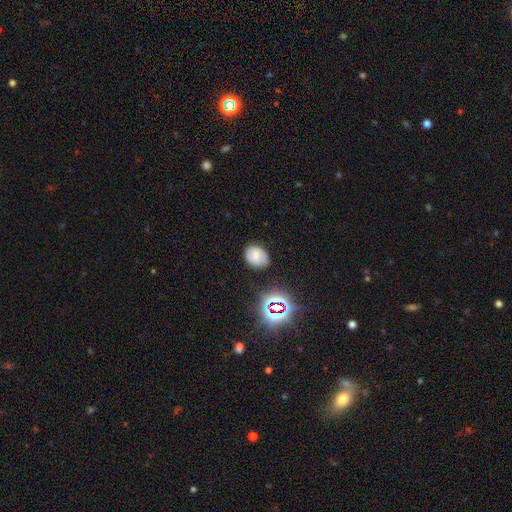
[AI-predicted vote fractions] Smooth or featured? Predicted: smooth (p=0.56). How rounded? Predicted: in between (p=0.57). Merging? Predicted: none (p=0.77).